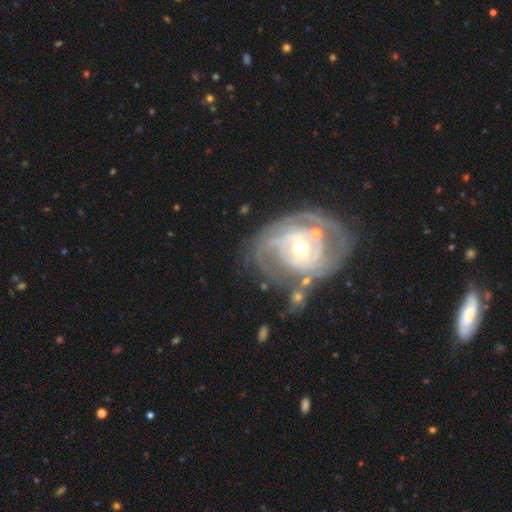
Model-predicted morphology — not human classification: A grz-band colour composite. It shows a featured or disk galaxy (84%) with no bar (51%), 2 (40%) tight (61%) spiral arms (89%) and a small central bulge (48%). Merging: none (55%).